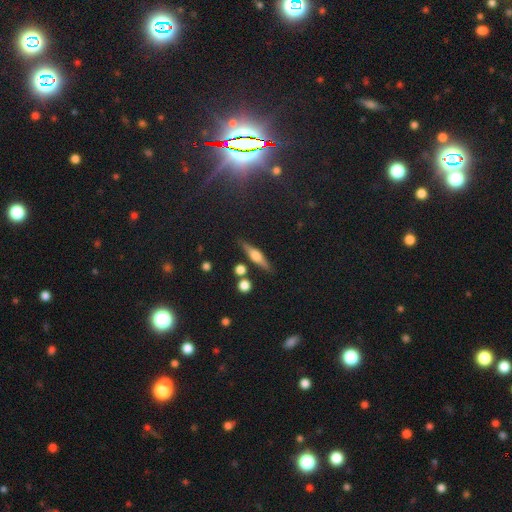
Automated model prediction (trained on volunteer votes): Smooth or featured? Predicted: featured or disk (p=0.60). Edge-on disk? Predicted: yes (p=0.95). Edge-on bulge? Predicted: rounded (p=0.86). Merging? Predicted: none (p=0.84).